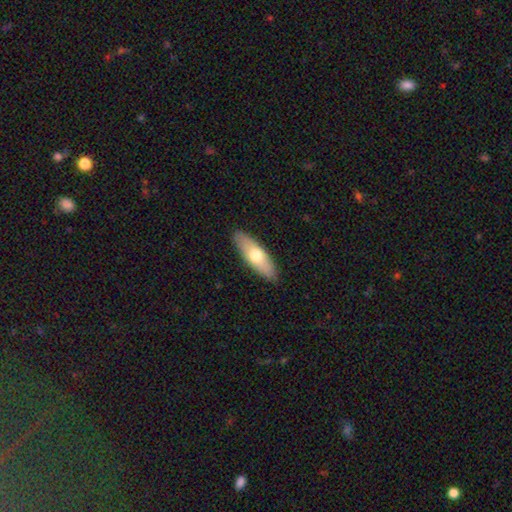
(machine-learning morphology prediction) Q: Smooth or featured?
A: smooth (63%); runner-up: featured or disk (32%)
Q: How rounded?
A: in between (55%); runner-up: cigar-shaped (42%)
Q: Merging?
A: none (88%); runner-up: minor disturbance (9%)